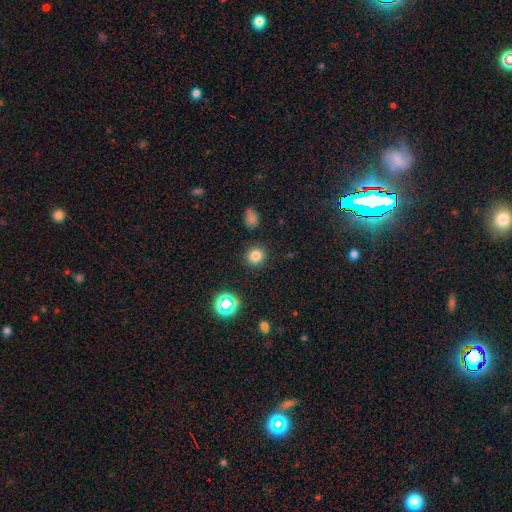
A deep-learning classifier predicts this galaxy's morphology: smooth_or_featured: smooth (p=0.79) [alt: star or artifact p=0.16]
how_rounded: round (p=0.90) [alt: in between p=0.09]
merging: none (p=0.88) [alt: minor disturbance p=0.07]